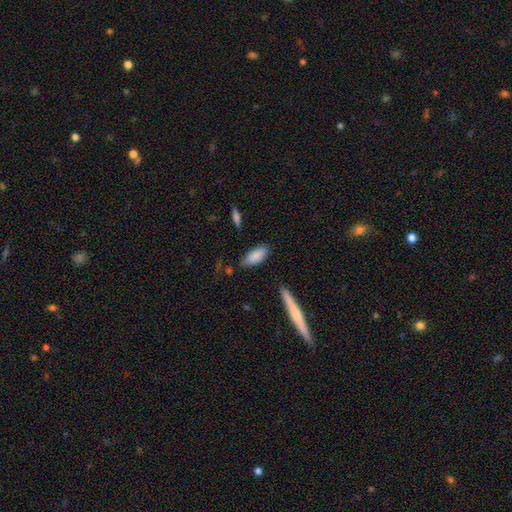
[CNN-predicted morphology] Q: Smooth or featured?
A: smooth (85%); runner-up: featured or disk (9%)
Q: How rounded?
A: in between (86%); runner-up: cigar-shaped (13%)
Q: Merging?
A: none (76%); runner-up: minor disturbance (17%)